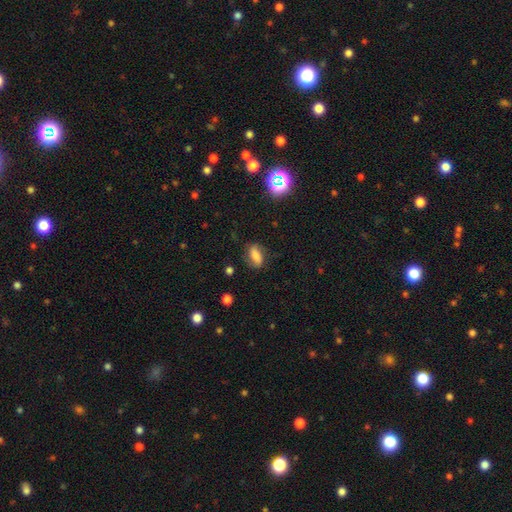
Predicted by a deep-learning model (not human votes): A smooth galaxy with no disk features (69%) that is in between round and cigar-shaped (78%).

Vote fractions:
- Smooth or featured? smooth: 69% / featured or disk: 19% / star or artifact: 12%
- How rounded? in between: 78% / cigar-shaped: 15% / round: 8%
- Merging? none: 73% / minor disturbance: 19% / major disturbance: 7% / merger: 2%